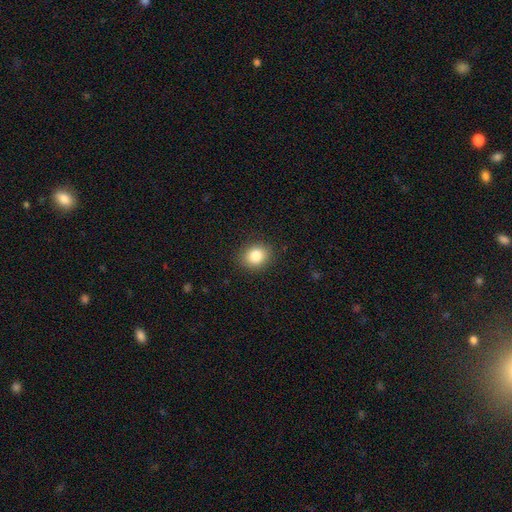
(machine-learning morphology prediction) smooth_or_featured: smooth (p=0.84) [alt: star or artifact p=0.10]
how_rounded: round (p=0.60) [alt: in between p=0.39]
merging: none (p=0.89) [alt: minor disturbance p=0.08]